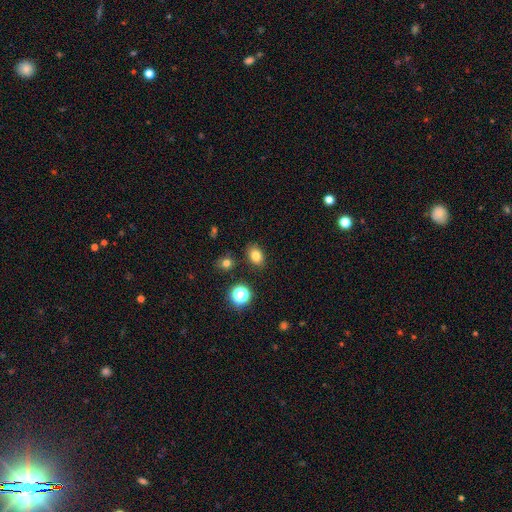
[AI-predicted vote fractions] A smooth galaxy with no disk features (79%) that is in between round and cigar-shaped (73%). Merging: none (84%).